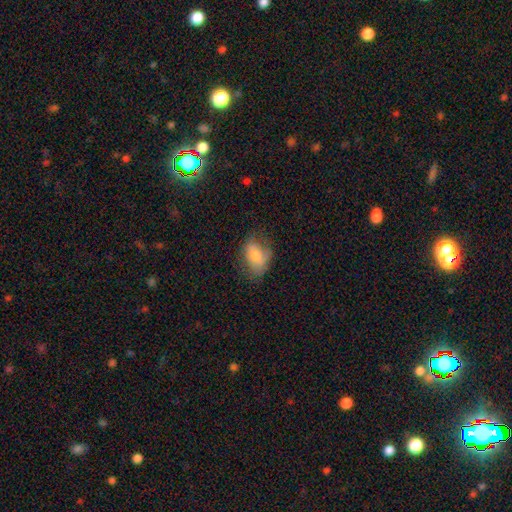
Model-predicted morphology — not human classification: This is likely a smooth galaxy (66%). How rounded: clearly in between (83%). Merging: possibly none (49%).